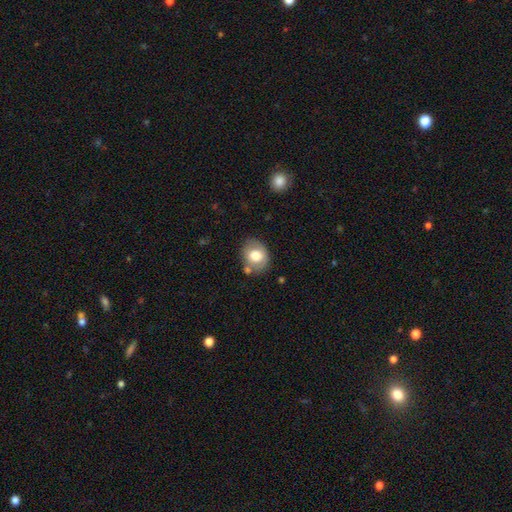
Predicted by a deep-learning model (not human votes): Smooth or featured?
  - smooth: 71% *
  - featured or disk: 21%
  - star or artifact: 8%
How rounded?
  - round: 50% *
  - in between: 49%
  - cigar-shaped: 1%
Merging?
  - none: 70% *
  - minor disturbance: 17%
  - merger: 9%
  - major disturbance: 4%